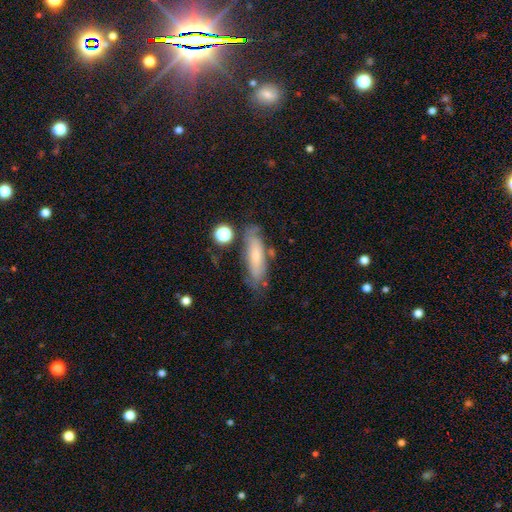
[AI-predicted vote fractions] Morphology: type=smooth (60%); roundness=cigar-shaped (59%); merging=none (68%).